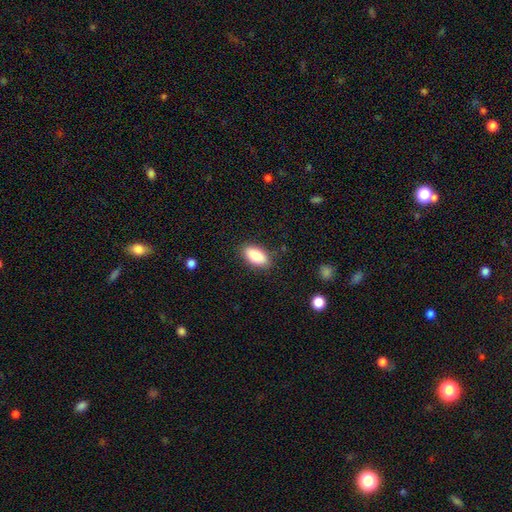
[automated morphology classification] This appears to be a smooth galaxy with no disk features (87%) that is in between round and cigar-shaped (90%). Merging: none (86%).